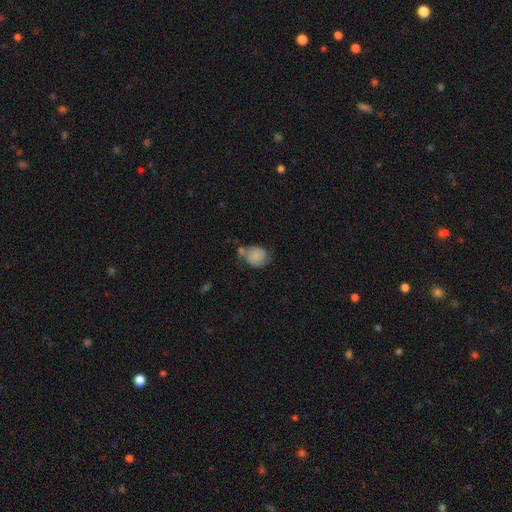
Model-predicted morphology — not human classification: Q: Smooth or featured?
A: smooth (72%); runner-up: featured or disk (19%)
Q: How rounded?
A: round (67%); runner-up: in between (32%)
Q: Merging?
A: none (43%); runner-up: minor disturbance (27%)